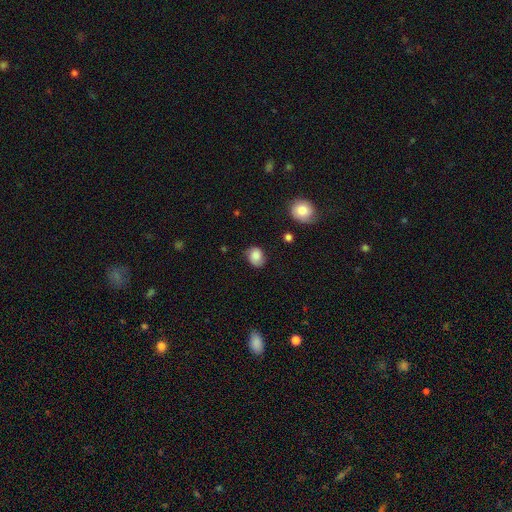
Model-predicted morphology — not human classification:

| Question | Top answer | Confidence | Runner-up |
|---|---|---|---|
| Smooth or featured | smooth | 78% | featured or disk (14%) |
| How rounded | round | 56% | in between (43%) |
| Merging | none | 71% | minor disturbance (22%) |